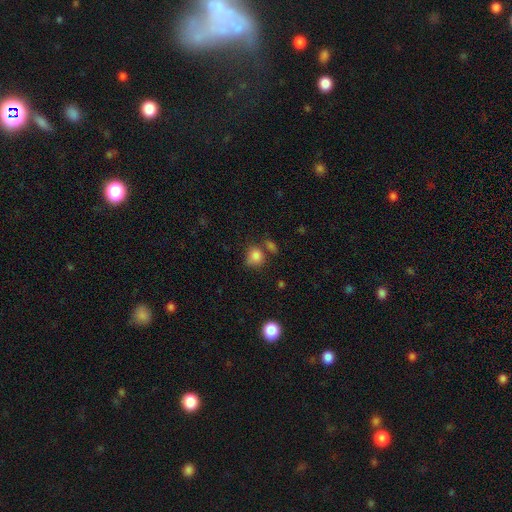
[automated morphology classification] Smooth or featured? smooth (83%)
How rounded? round (72%)
Merging? none (59%)